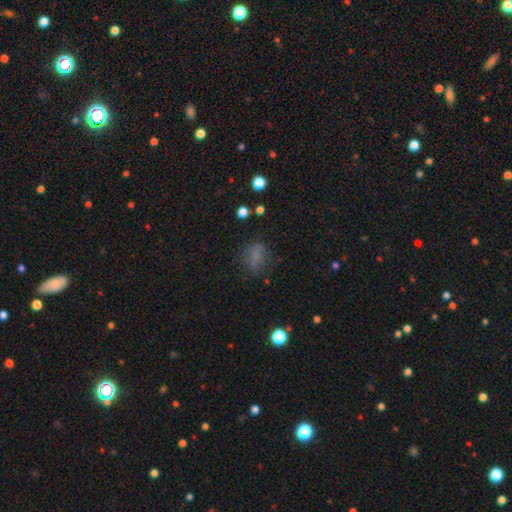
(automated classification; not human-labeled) Smooth or featured? smooth (71%)
How rounded? in between (67%)
Merging? none (68%)